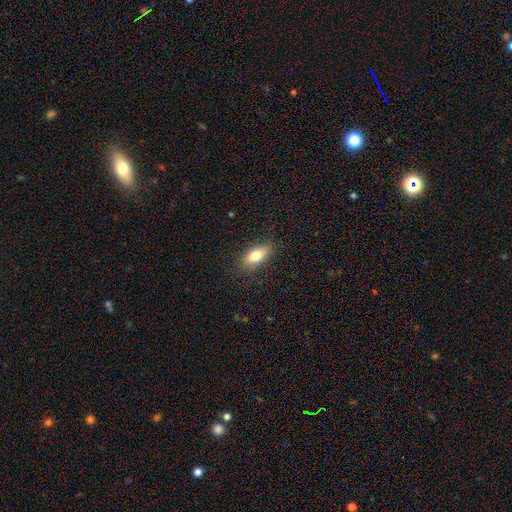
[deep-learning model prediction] smooth-or-featured: smooth: 79% | featured or disk: 14% | star or artifact: 8%
  how-rounded: in between: 85% | cigar-shaped: 11% | round: 4%
  merging: none: 85% | minor disturbance: 11% | major disturbance: 3% | merger: 1%